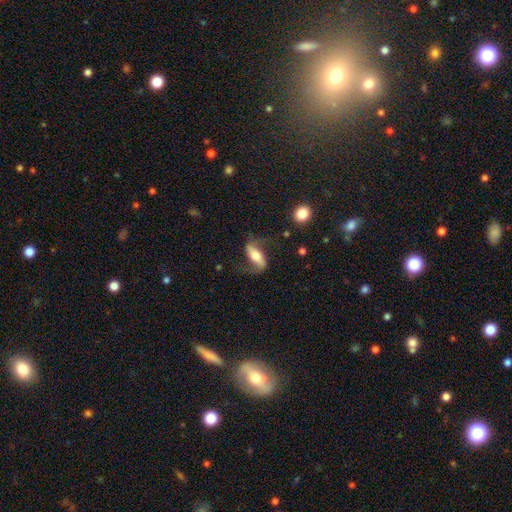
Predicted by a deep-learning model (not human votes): A featured or disk galaxy (67%) with a strong bar (50%), spiral arms (88%) and a moderate central bulge (51%). Merging: none (63%).